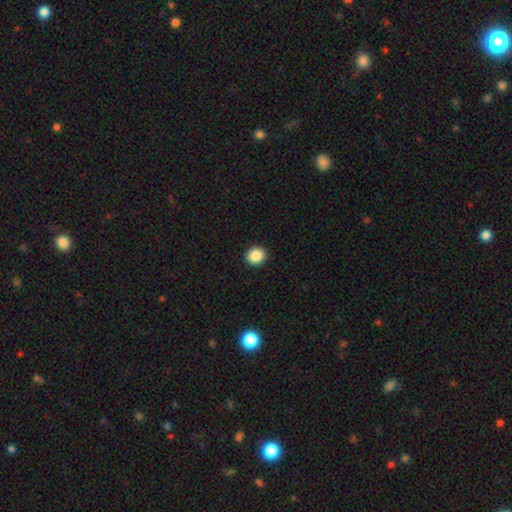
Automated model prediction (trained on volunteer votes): Smooth or featured? smooth (87%)
How rounded? round (90%)
Merging? none (93%)